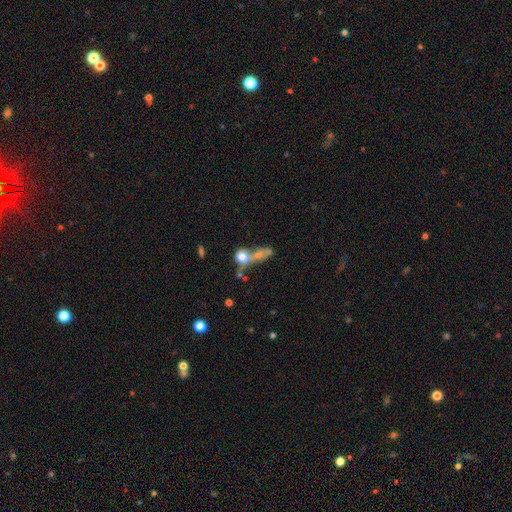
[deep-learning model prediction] Smooth or featured? Predicted: smooth (p=0.47). Merging? Predicted: merger (p=0.44).